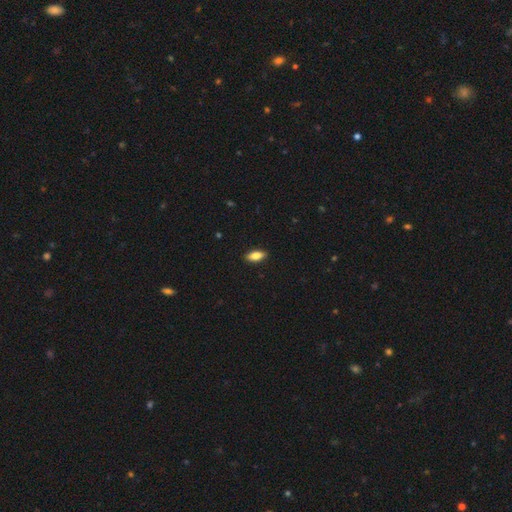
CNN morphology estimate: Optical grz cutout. It shows a smooth galaxy with no disk features (84%) that is in between round and cigar-shaped (84%). Merging: none (90%).